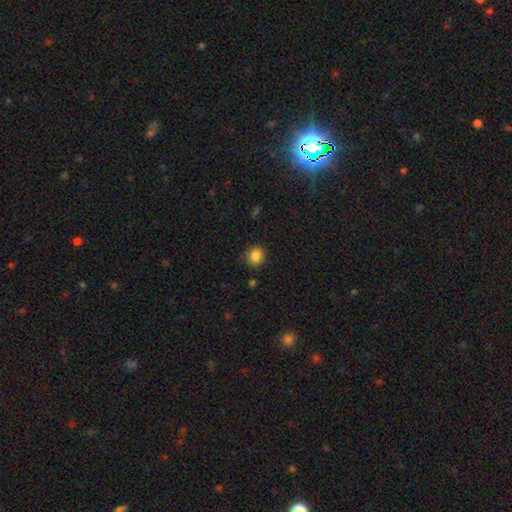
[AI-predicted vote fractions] This appears to be a smooth galaxy with no disk features (85%) that is round (83%). Merging: none (84%).